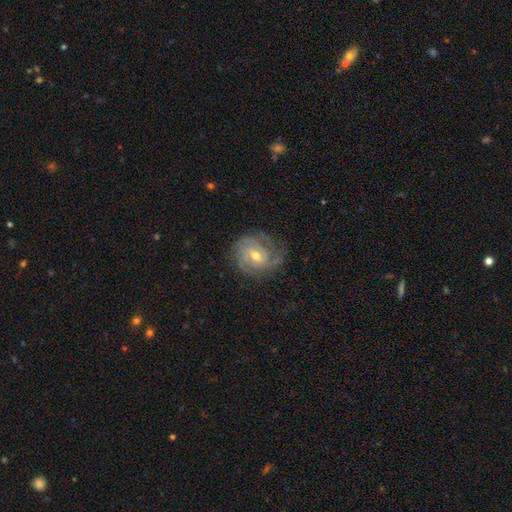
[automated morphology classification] The model was most divided on "spiral arm count": can't tell: 29%, 2: 27%, 3: 25%, 4: 9%, 1: 6%, more than 4: 5%. Remaining: edge-on disk — no (97%); spiral arms — yes (94%); smooth or featured — featured or disk (84%); merging — none (71%); spiral winding — tight (69%); bulge size — moderate (66%); bar — no (49%).